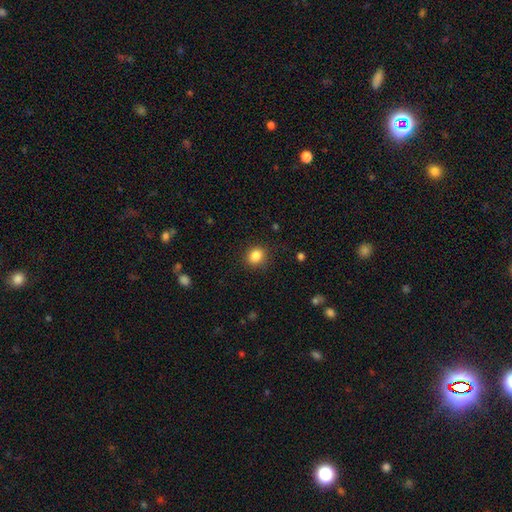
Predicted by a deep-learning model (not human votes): Q: Smooth or featured?
A: smooth (85%); runner-up: star or artifact (10%)
Q: How rounded?
A: round (71%); runner-up: in between (29%)
Q: Merging?
A: none (86%); runner-up: minor disturbance (10%)